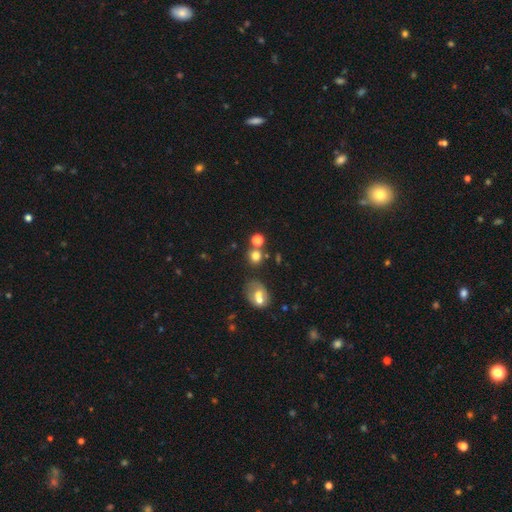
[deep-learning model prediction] Smooth or featured: smooth — 74% (star or artifact — 16%)
How rounded: round — 81% (in between — 18%)
Merging: none — 59% (merger — 26%)